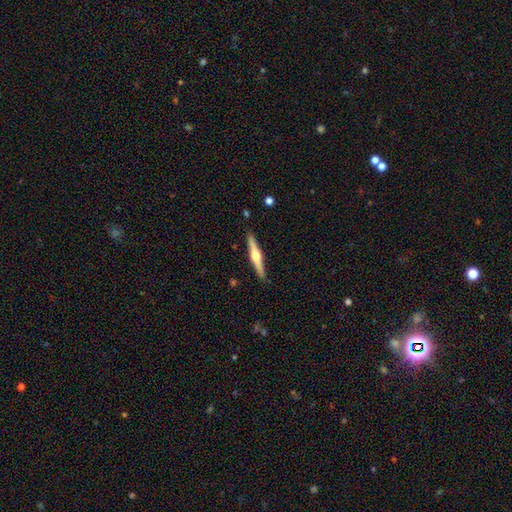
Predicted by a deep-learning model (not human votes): Smooth or featured?
  - featured or disk: 70% *
  - smooth: 25%
  - star or artifact: 5%
Edge-on disk?
  - yes: 98% *
  - no: 2%
Edge-on bulge?
  - rounded: 93% *
  - boxy: 4%
  - none: 3%
Merging?
  - none: 91% *
  - minor disturbance: 7%
  - major disturbance: 1%
  - merger: 1%